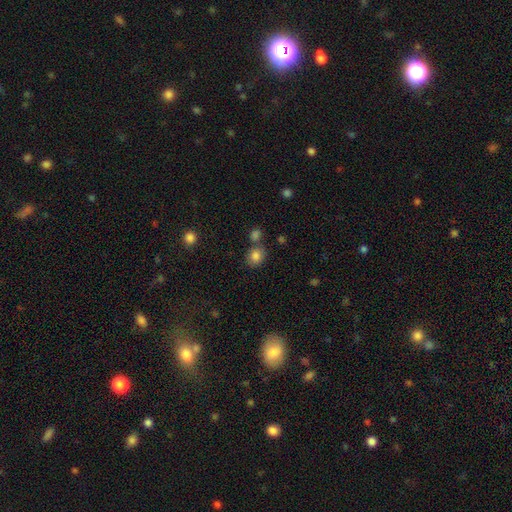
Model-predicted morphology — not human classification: This appears to be a smooth galaxy with no disk features (83%) that is round (66%). Merging: none (66%).